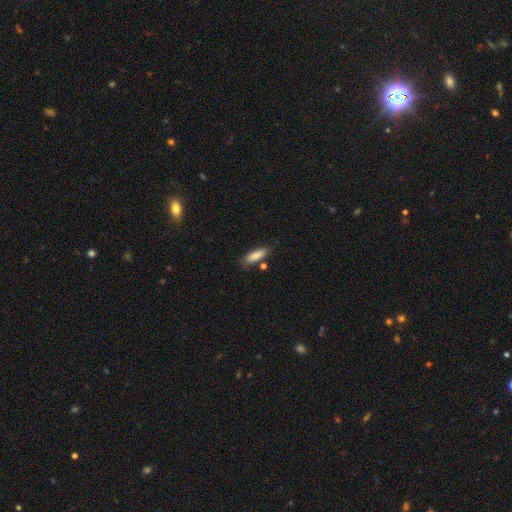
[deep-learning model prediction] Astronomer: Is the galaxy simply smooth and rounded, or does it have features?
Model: smooth — 85%.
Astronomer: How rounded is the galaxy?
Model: cigar-shaped — 50% (runner-up: in between, 48%).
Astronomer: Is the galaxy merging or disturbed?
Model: none — 76%.